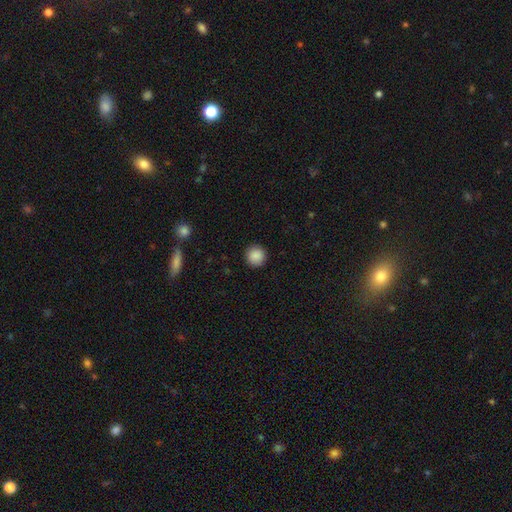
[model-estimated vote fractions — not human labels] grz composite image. It shows a smooth galaxy with no disk features (89%) that is round (94%). Merging: none (92%).